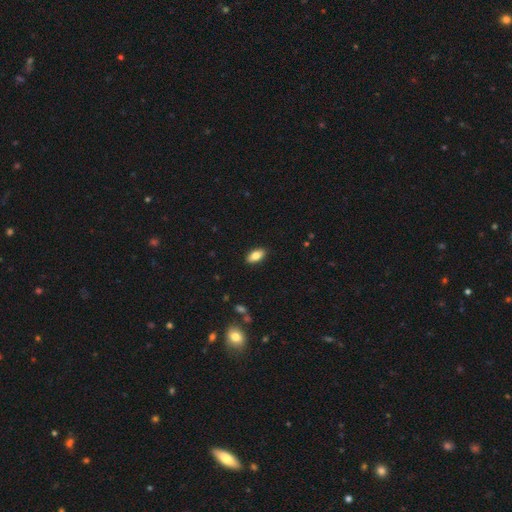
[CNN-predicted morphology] Smooth or featured? smooth (80%)
How rounded? in between (91%)
Merging? none (89%)